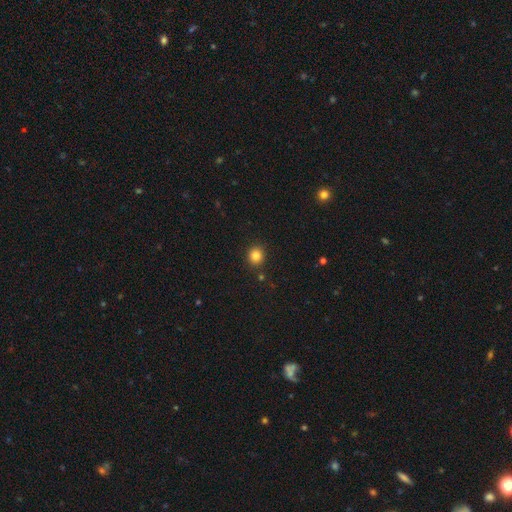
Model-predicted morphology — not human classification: A smooth galaxy with no disk features (83%) that is round (88%).

Vote fractions:
- Smooth or featured? smooth: 83% / star or artifact: 12% / featured or disk: 5%
- How rounded? round: 88% / in between: 11% / cigar-shaped: 1%
- Merging? none: 89% / minor disturbance: 7% / merger: 2% / major disturbance: 2%